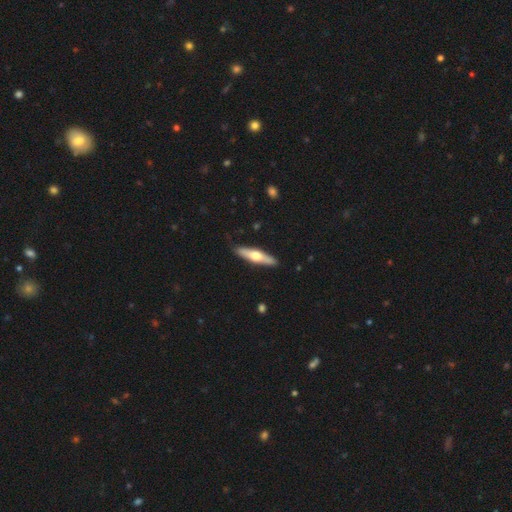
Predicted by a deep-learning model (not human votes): Smooth or featured: featured or disk — 53% (smooth — 42%)
Edge-on disk: yes — 92% (no — 8%)
Merging: none — 89% (minor disturbance — 9%)